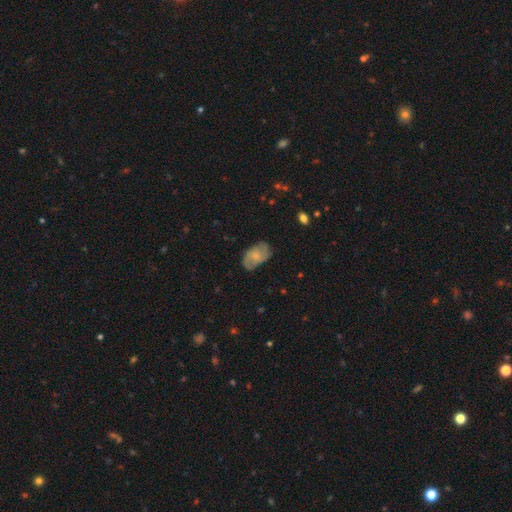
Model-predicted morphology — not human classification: Overall: featured or disk (54%; smooth 39%). Edge-on disk: no (96%). Bar: no (65%; weak 30%). Spiral arms: yes (85%). Bulge size: small (61%; moderate 24%). Merging: none (68%).